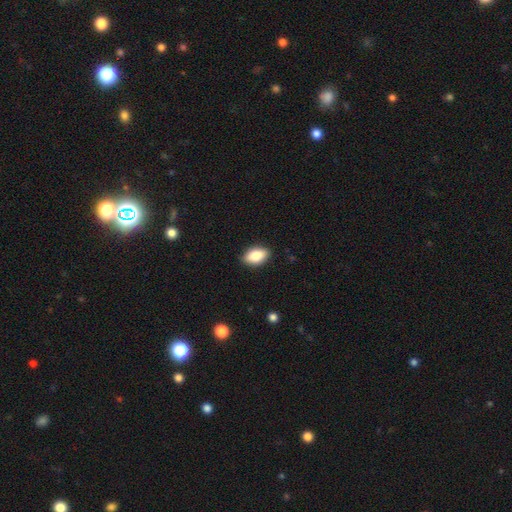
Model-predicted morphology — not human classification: The model was most divided on "smooth or featured": smooth: 83%, featured or disk: 9%, star or artifact: 7%. More confident: how rounded — in between (90%); merging — none (88%).